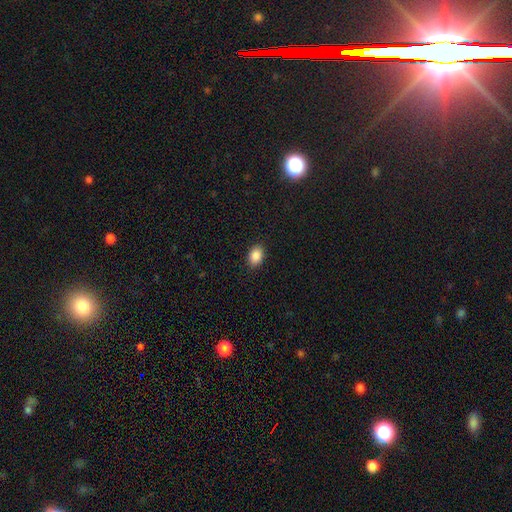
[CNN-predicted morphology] Smooth or featured? Predicted: smooth (p=0.88). How rounded? Predicted: in between (p=0.78). Merging? Predicted: none (p=0.89).